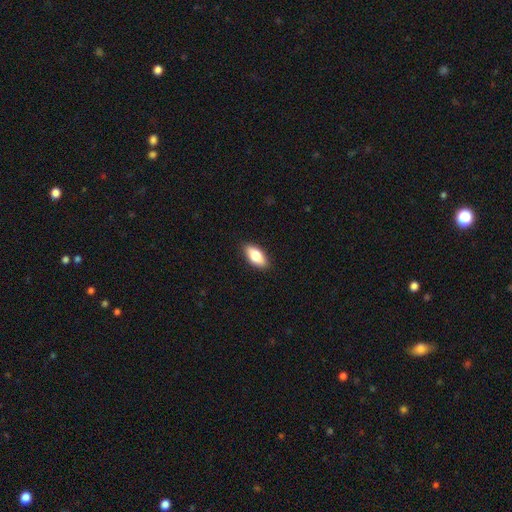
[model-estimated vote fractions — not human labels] This is likely a smooth galaxy (79%). How rounded: clearly in between (87%). Merging: clearly none (88%).